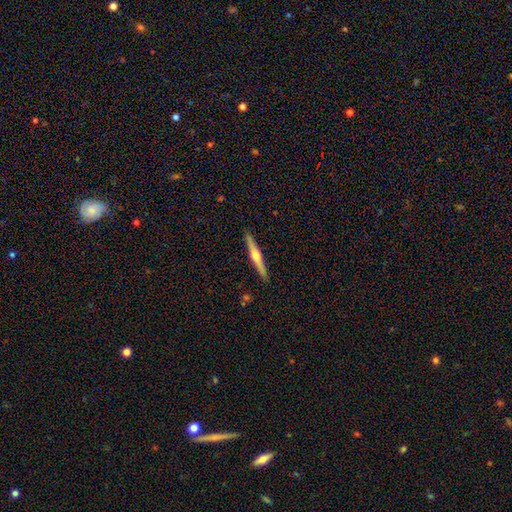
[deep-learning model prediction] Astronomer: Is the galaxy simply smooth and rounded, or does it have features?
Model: featured or disk — 67%.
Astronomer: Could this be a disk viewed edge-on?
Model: yes — 98%.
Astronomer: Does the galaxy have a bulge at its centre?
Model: rounded — 91%.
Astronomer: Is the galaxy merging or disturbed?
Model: none — 92%.